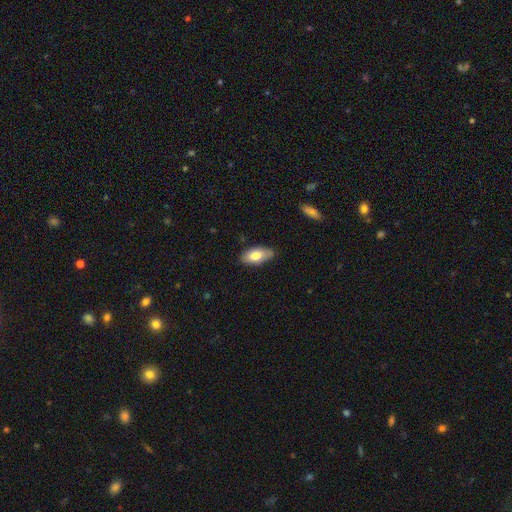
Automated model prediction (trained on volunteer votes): This appears to be a smooth galaxy with no disk features (78%) that is in between round and cigar-shaped (90%). Merging: none (79%).